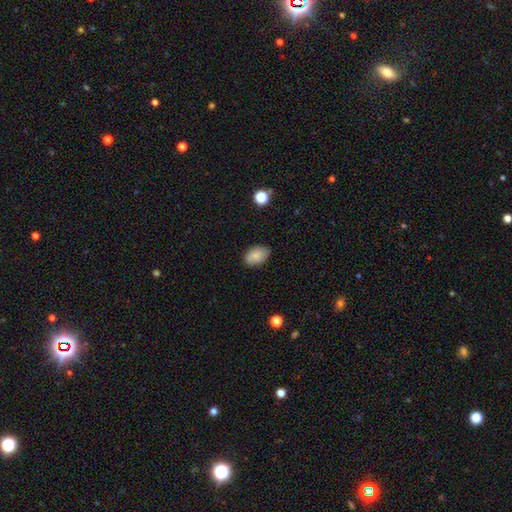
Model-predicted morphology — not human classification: smooth 80%, featured or disk 11%, star or artifact 8%. Down the decision tree: how rounded — in between (87%); merging — none (81%).